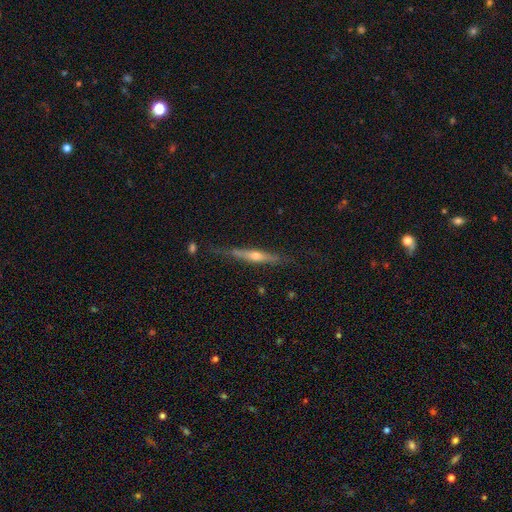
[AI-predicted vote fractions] Smooth or featured: featured or disk — 73% (smooth — 21%)
Edge-on disk: yes — 96% (no — 4%)
Edge-on bulge: rounded — 86% (none — 10%)
Merging: none — 77% (minor disturbance — 17%)